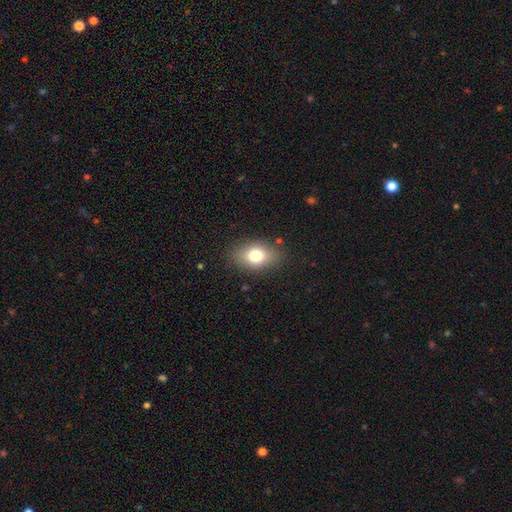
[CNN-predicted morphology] The model was most divided on "how rounded": in between: 79%, round: 19%, cigar-shaped: 2%. More confident: merging — none (83%); smooth or featured — smooth (76%).